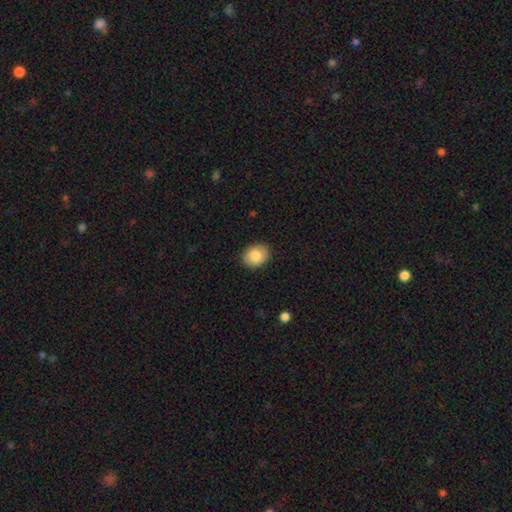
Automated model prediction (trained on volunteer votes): This appears to be a smooth galaxy with no disk features (85%) that is in between round and cigar-shaped (55%). Merging: none (89%).